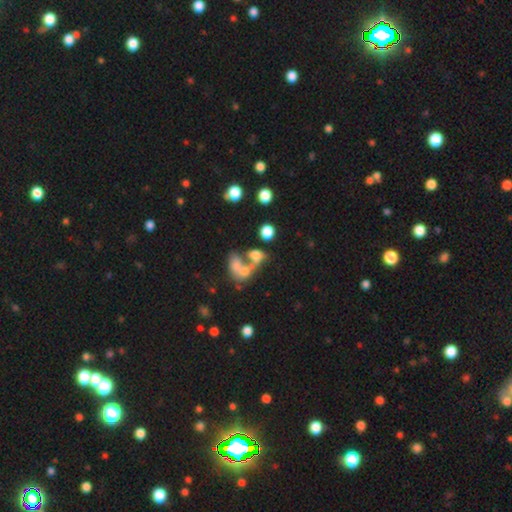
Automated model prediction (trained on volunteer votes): smooth-or-featured: smooth: 61% | featured or disk: 24% | star or artifact: 16%
  how-rounded: in between: 68% | round: 28% | cigar-shaped: 3%
  merging: merger: 60% | none: 21% | major disturbance: 11% | minor disturbance: 8%